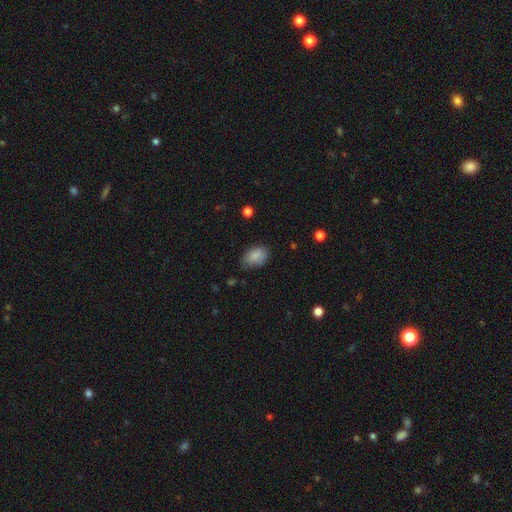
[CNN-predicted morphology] The model was most divided on "merging": none: 67%, minor disturbance: 26%, major disturbance: 5%, merger: 1%. More confident: smooth or featured — smooth (86%); how rounded — in between (84%).